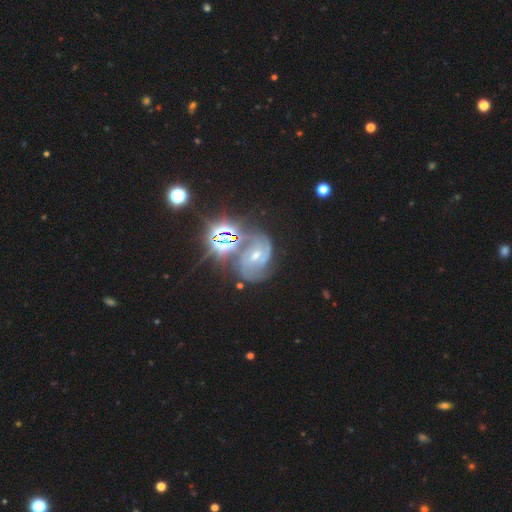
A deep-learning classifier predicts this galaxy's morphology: This appears to be a featured or disk galaxy (63%) with a weak bar (48%), 2 (45%) medium (46%) spiral arms (92%) and a moderate central bulge (49%). Merging: none (57%).